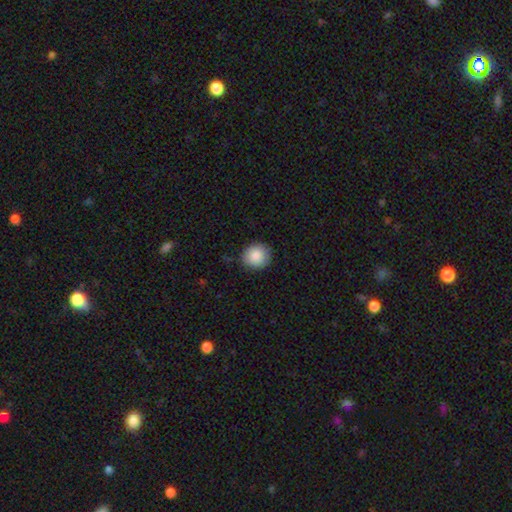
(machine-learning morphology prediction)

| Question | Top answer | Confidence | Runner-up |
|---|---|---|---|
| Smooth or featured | smooth | 88% | star or artifact (8%) |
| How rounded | round | 86% | in between (13%) |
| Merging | none | 85% | minor disturbance (11%) |